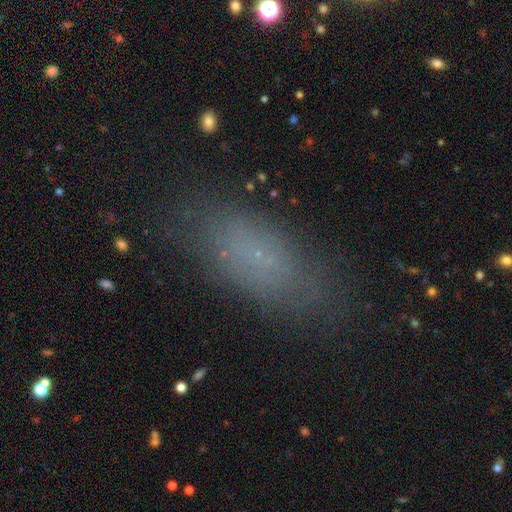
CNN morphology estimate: Q: Smooth or featured?
A: smooth (71%); runner-up: star or artifact (16%)
Q: How rounded?
A: in between (81%); runner-up: cigar-shaped (14%)
Q: Merging?
A: none (79%); runner-up: minor disturbance (14%)